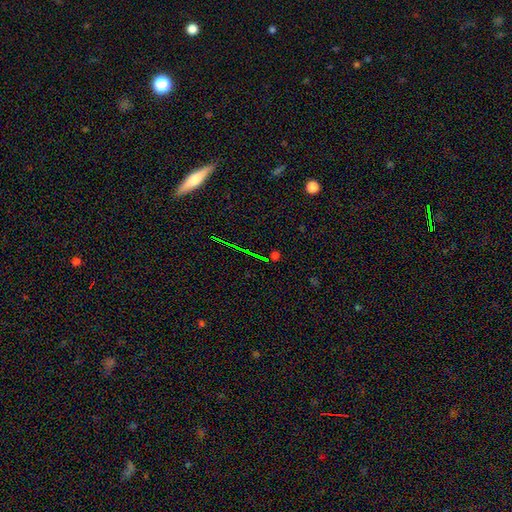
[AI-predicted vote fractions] Morphology: type=star or artifact (67%).